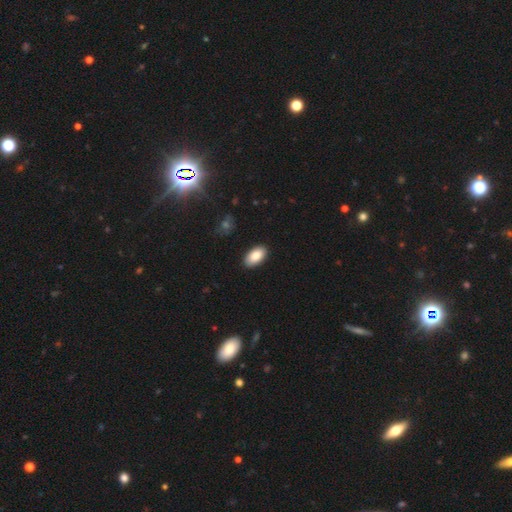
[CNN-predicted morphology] Overall: smooth (88%). How rounded: in between (95%). Merging: none (89%).